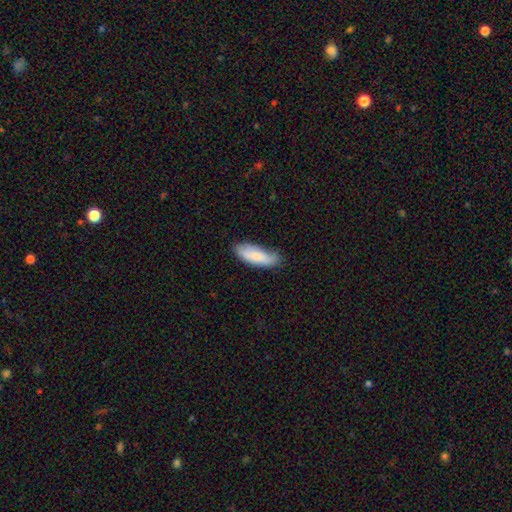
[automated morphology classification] smooth 82%, featured or disk 12%, star or artifact 6%. Down the decision tree: how rounded — in between (64%); merging — none (67%).